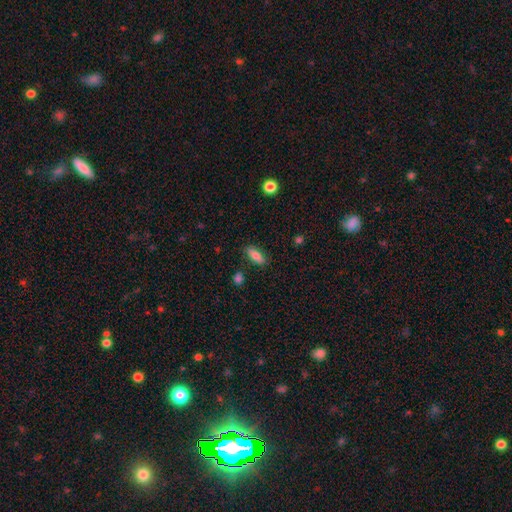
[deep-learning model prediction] Smooth or featured? smooth (76%)
How rounded? in between (72%)
Merging? none (84%)